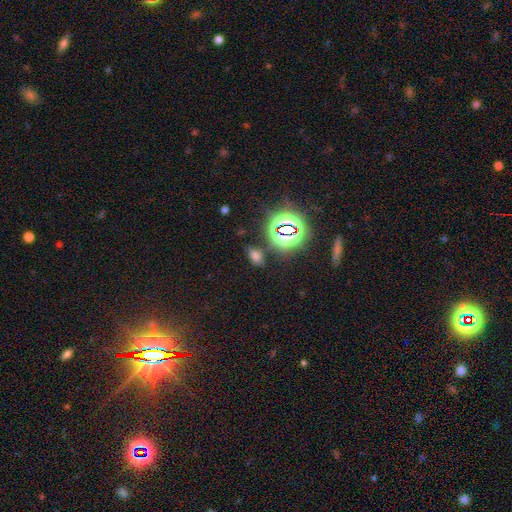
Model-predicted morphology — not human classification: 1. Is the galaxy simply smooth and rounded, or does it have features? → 55% smooth, 37% star or artifact, 8% featured or disk.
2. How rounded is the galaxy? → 86% in between, 10% round, 4% cigar-shaped.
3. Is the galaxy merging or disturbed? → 77% none, 13% minor disturbance, 5% merger, 5% major disturbance.